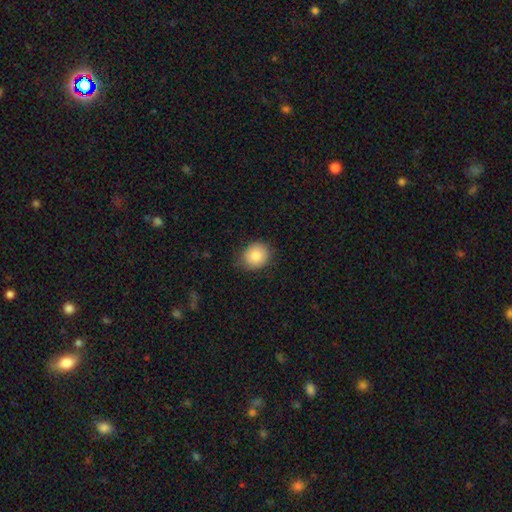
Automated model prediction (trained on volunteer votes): The model was most divided on "how rounded": round: 81%, in between: 19%, cigar-shaped: 1%. More confident: smooth or featured — smooth (83%); merging — none (79%).